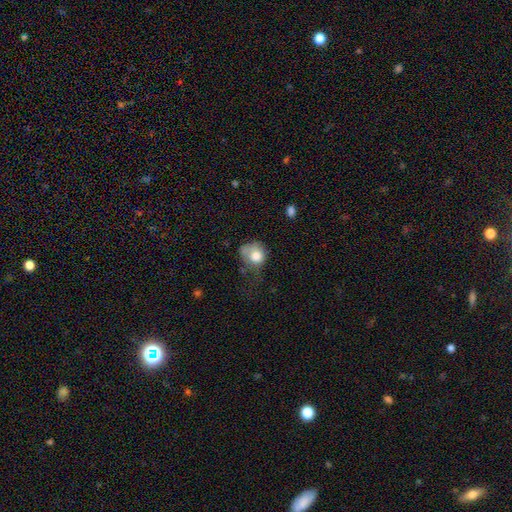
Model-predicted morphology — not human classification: Q: Smooth or featured?
A: smooth (75%); runner-up: featured or disk (16%)
Q: How rounded?
A: round (62%); runner-up: in between (37%)
Q: Merging?
A: major disturbance (38%); runner-up: minor disturbance (30%)